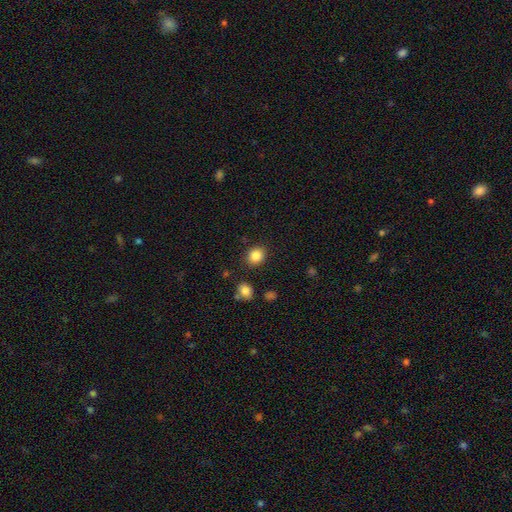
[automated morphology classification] Smooth or featured? smooth (85%)
How rounded? round (70%)
Merging? none (87%)